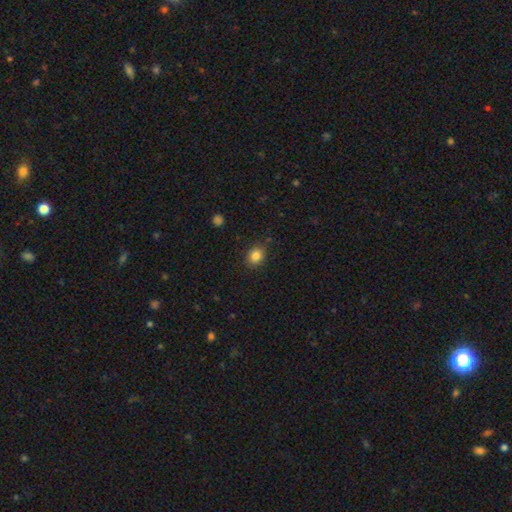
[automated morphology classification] smooth-or-featured: smooth: 84% | star or artifact: 10% | featured or disk: 5%
  how-rounded: round: 57% | in between: 42% | cigar-shaped: 1%
  merging: none: 85% | minor disturbance: 11% | major disturbance: 3% | merger: 2%